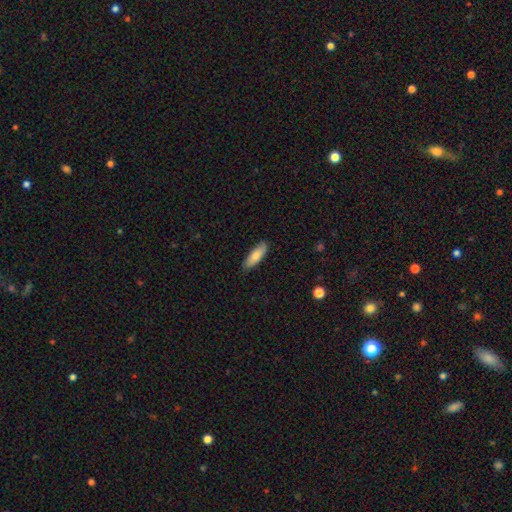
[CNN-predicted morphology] A smooth galaxy with no disk features (78%) that is in between round and cigar-shaped (55%). Merging: none (85%).